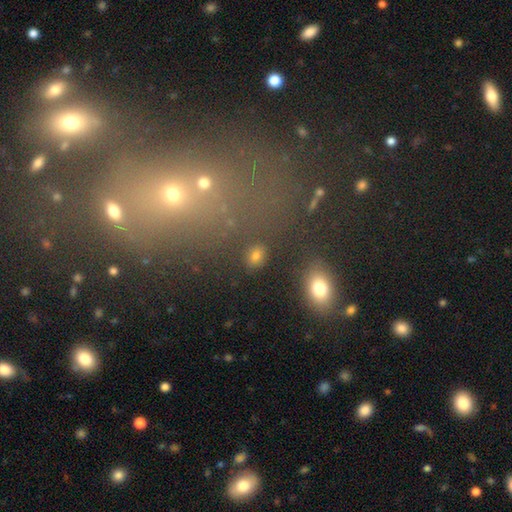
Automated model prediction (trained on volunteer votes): This appears to be a smooth galaxy with no disk features (76%) that is in between round and cigar-shaped (64%). Merging: none (85%).